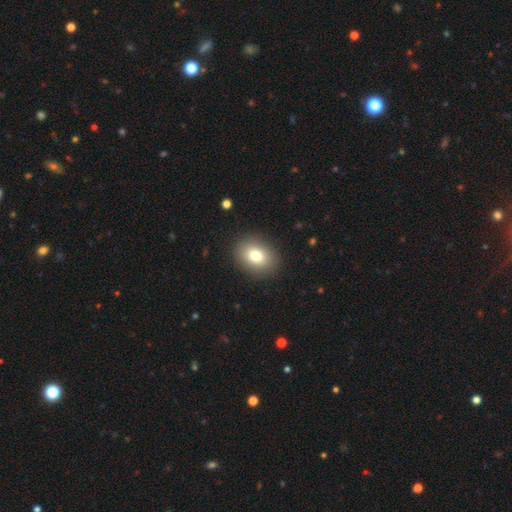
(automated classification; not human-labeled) Overall: smooth (79%). How rounded: in between (58%; round 41%). Merging: none (89%).